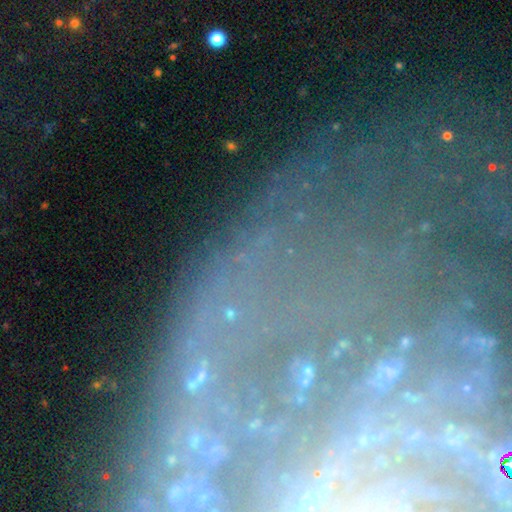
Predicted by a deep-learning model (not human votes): A star or artifact, not a galaxy (43%).